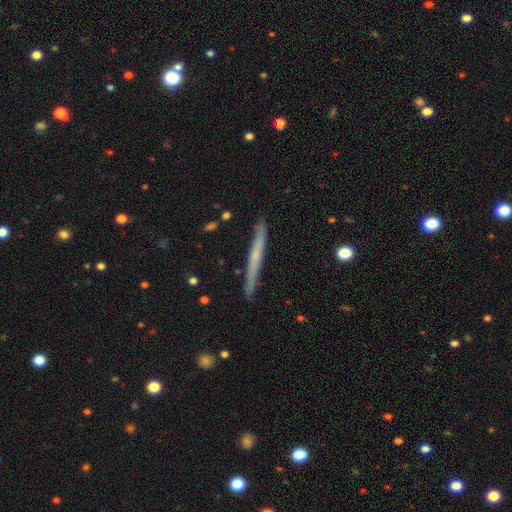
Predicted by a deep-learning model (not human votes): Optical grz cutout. It shows a featured or disk galaxy (48%). Merging: none (89%).